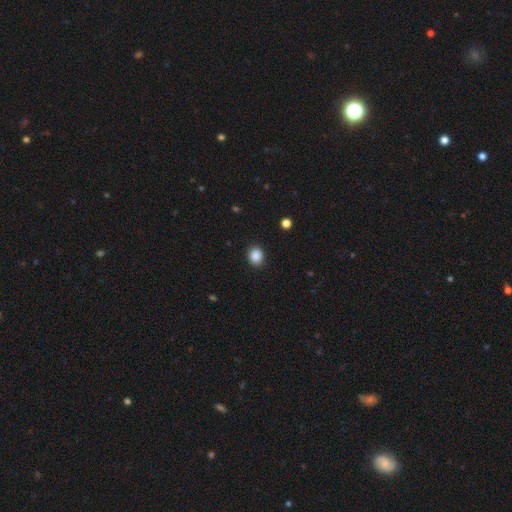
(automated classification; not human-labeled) Smooth or featured? smooth (87%)
How rounded? round (60%)
Merging? none (90%)